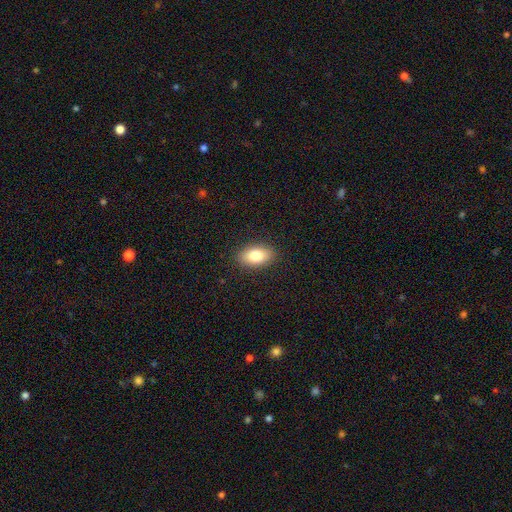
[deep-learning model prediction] Overall: smooth (80%). How rounded: in between (91%). Merging: none (89%).